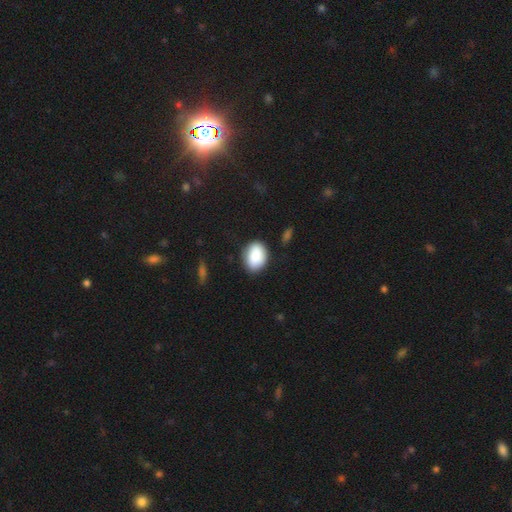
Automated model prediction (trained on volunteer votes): A smooth galaxy with no disk features (87%) that is in between round and cigar-shaped (75%). Merging: none (80%).